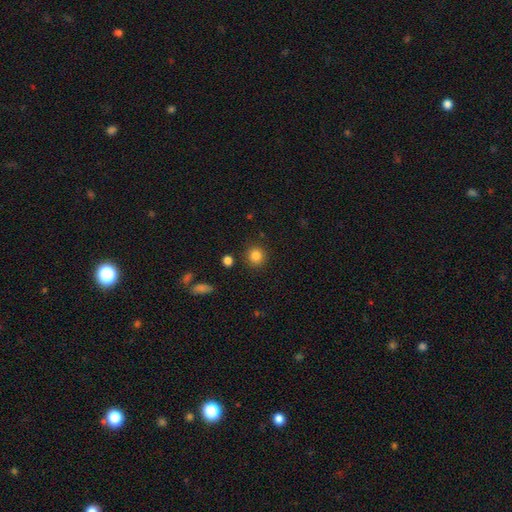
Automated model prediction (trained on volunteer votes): smooth 84%, star or artifact 11%, featured or disk 5%. Down the decision tree: how rounded — round (90%); merging — none (87%).